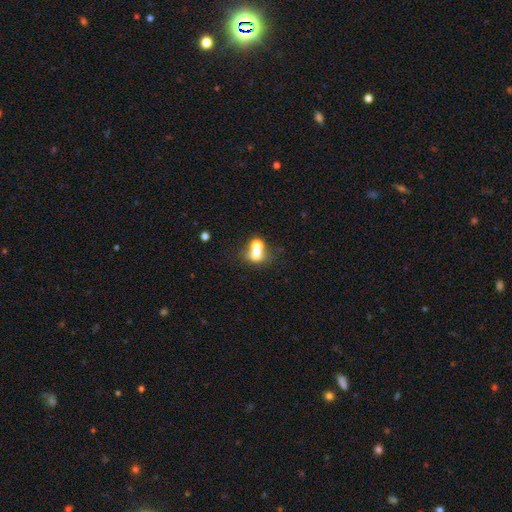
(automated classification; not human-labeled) Overall: smooth (60%; featured or disk 26%). How rounded: in between (53%; round 42%). Merging: merger (60%; none 24%).